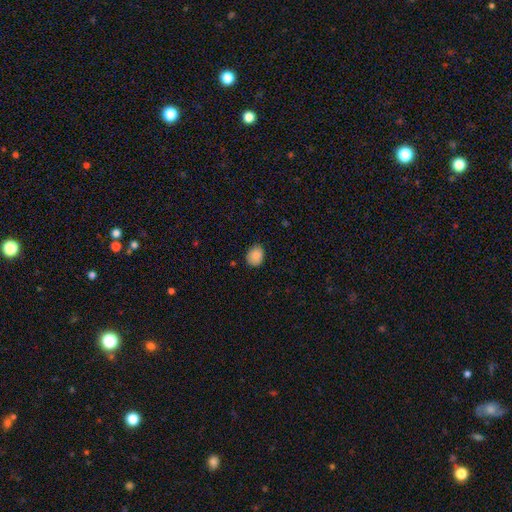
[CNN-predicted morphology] This appears to be a smooth galaxy with no disk features (88%) that is in between round and cigar-shaped (51%). Merging: none (76%).